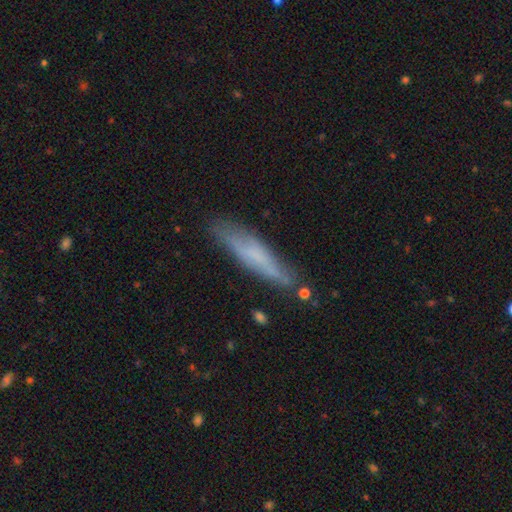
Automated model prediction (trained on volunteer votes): Overall: smooth (51%; featured or disk 42%). How rounded: cigar-shaped (87%). Merging: none (75%).